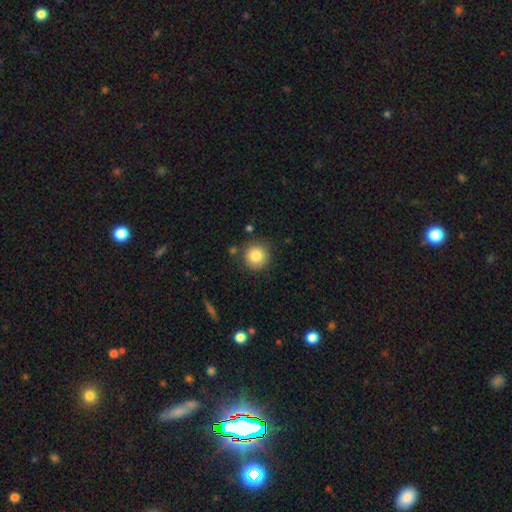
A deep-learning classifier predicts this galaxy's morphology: A smooth galaxy with no disk features (84%) that is round (94%). Merging: none (85%).